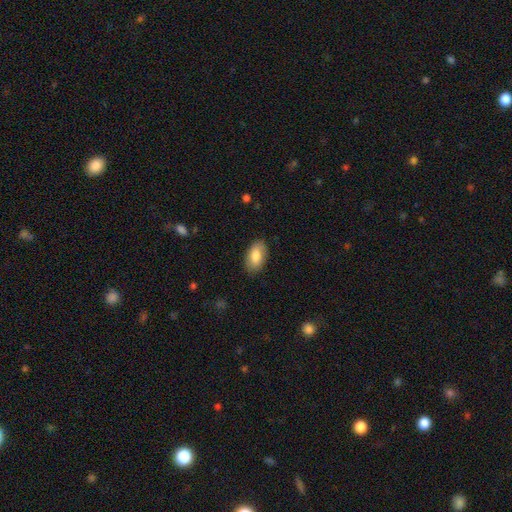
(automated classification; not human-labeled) Overall: smooth (82%). How rounded: in between (94%). Merging: none (86%).